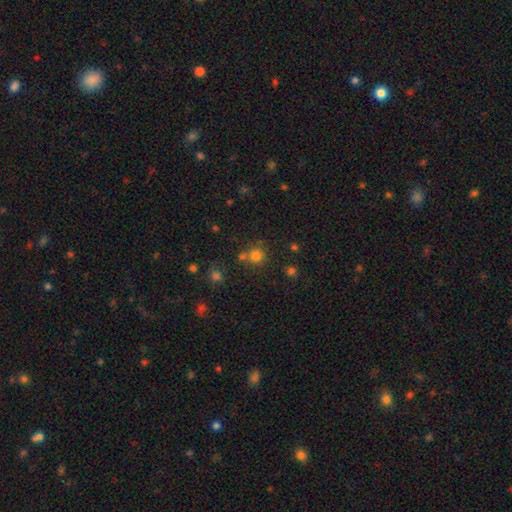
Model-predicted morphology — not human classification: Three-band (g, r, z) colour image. It shows a smooth galaxy with no disk features (76%) that is round (90%). Merging: none (66%).